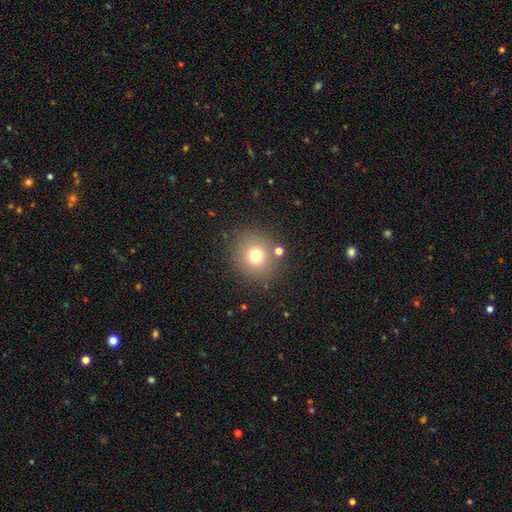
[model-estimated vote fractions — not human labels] smooth-or-featured: smooth: 74% | star or artifact: 15% | featured or disk: 11%
  how-rounded: round: 89% | in between: 10% | cigar-shaped: 1%
  merging: none: 83% | minor disturbance: 8% | merger: 5% | major disturbance: 4%